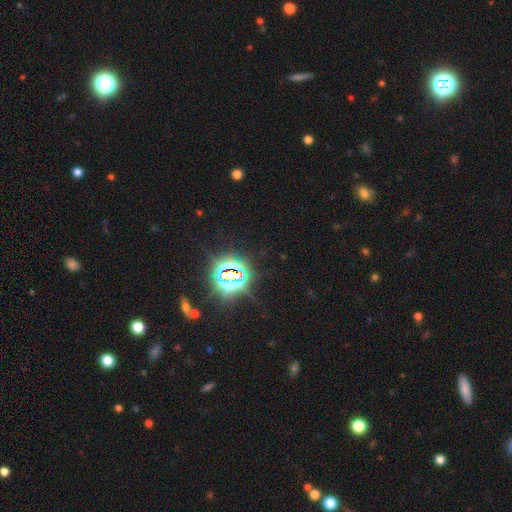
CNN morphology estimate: A star or artifact, not a galaxy (82%).

Vote fractions:
- Smooth or featured? star or artifact: 82% / smooth: 12% / featured or disk: 6%